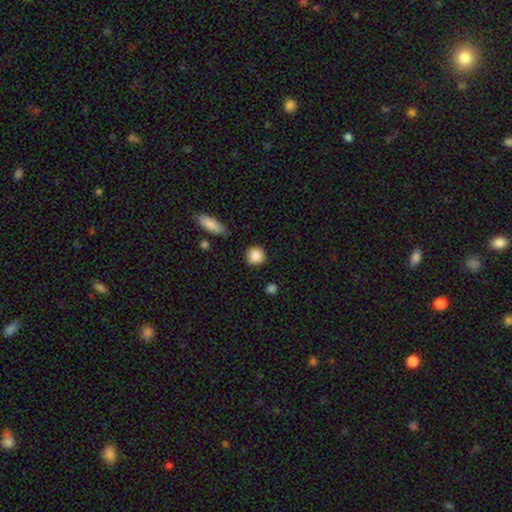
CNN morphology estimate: Q: Smooth or featured?
A: smooth (87%); runner-up: star or artifact (8%)
Q: How rounded?
A: round (92%); runner-up: in between (7%)
Q: Merging?
A: none (89%); runner-up: minor disturbance (7%)